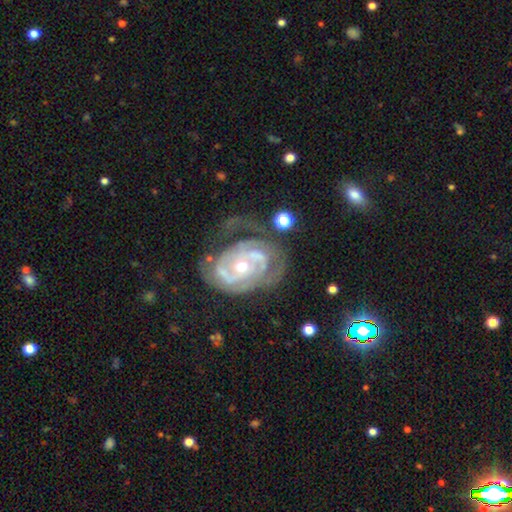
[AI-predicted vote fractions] This is clearly a featured or disk galaxy (86%). It is clearly not viewed edge-on (97%). Bar: likely no (65%). Spiral arm pattern: clearly yes (89%). Spiral arm count: marginally 2 (40%). Spiral winding: possibly tight (56%). Central bulge: possibly moderate (56%). Merging: marginally none (42%).